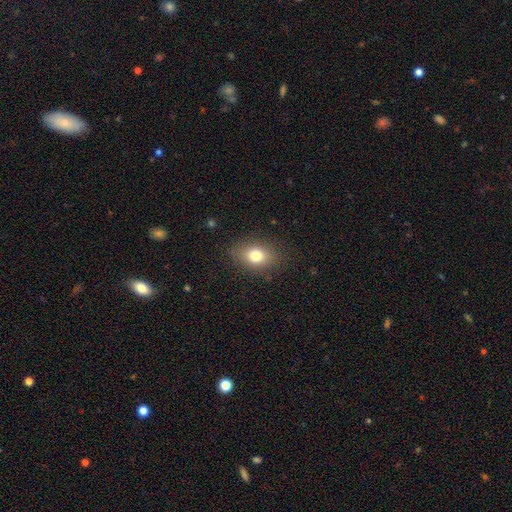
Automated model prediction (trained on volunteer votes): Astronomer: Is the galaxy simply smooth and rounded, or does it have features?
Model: smooth — 78%.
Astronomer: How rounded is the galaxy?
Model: in between — 71%.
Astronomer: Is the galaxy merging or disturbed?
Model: none — 84%.